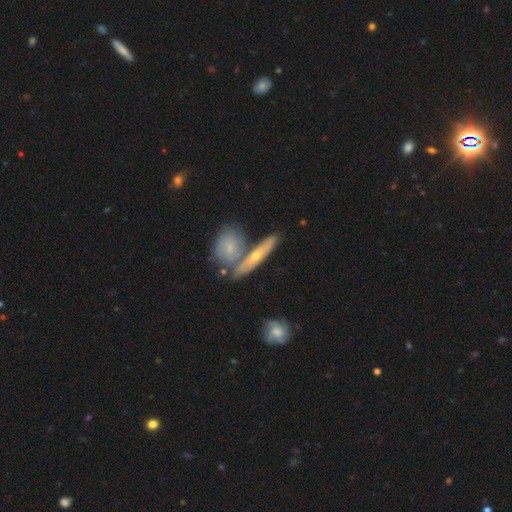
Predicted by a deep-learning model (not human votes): Smooth or featured? featured or disk (58%)
Edge-on disk? yes (74%)
Merging? none (59%)